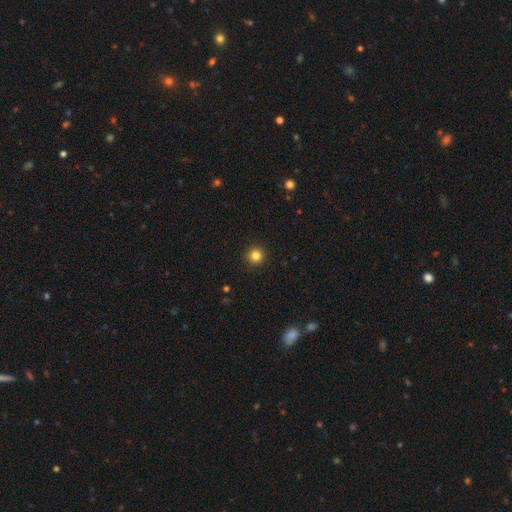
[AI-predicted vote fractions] Morphology: type=smooth (83%); roundness=round (96%); merging=none (93%).